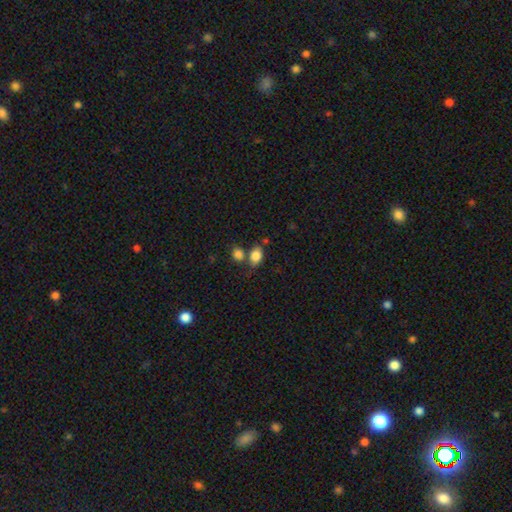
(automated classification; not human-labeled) This appears to be a smooth galaxy with no disk features (84%) that is in between round and cigar-shaped (75%). Merging: none (55%).